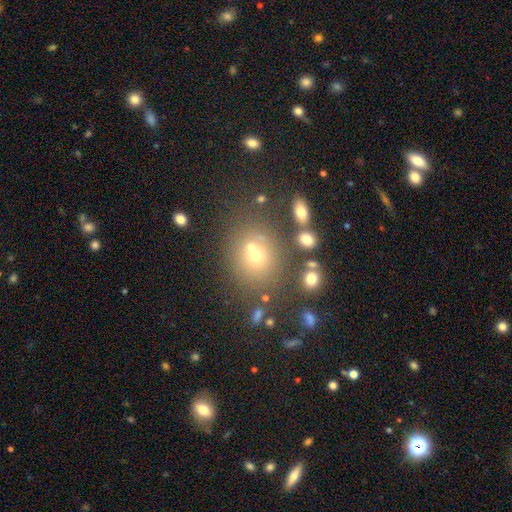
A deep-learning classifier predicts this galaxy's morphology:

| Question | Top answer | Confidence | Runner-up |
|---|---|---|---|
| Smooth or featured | smooth | 58% | star or artifact (23%) |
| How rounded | round | 69% | in between (29%) |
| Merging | none | 54% | merger (29%) |